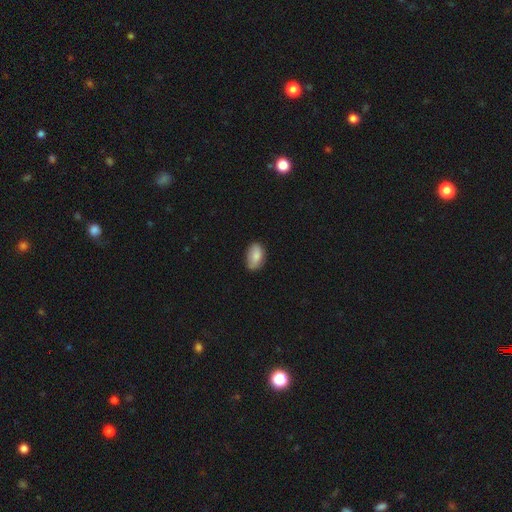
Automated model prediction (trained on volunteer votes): smooth 85%, featured or disk 8%, star or artifact 7%. Down the decision tree: how rounded — in between (91%); merging — none (73%).